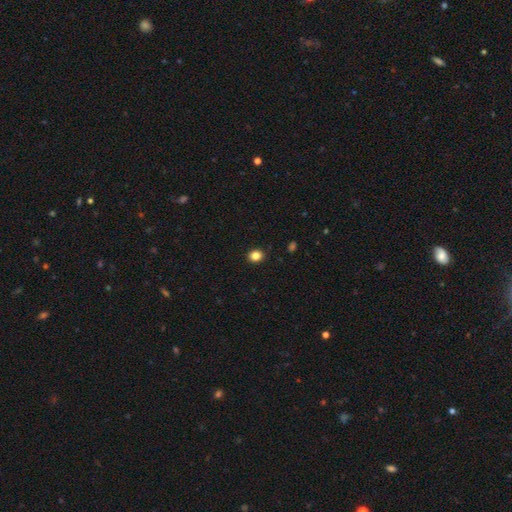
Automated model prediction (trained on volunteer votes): Smooth or featured? Predicted: smooth (p=0.84). How rounded? Predicted: round (p=0.76). Merging? Predicted: none (p=0.92).